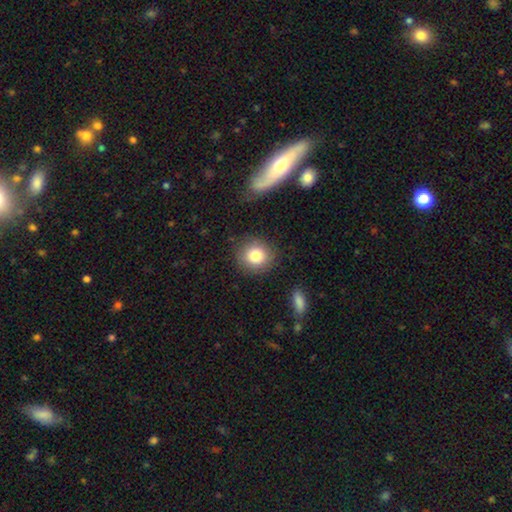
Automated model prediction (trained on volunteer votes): smooth-or-featured: smooth: 81% | star or artifact: 9% | featured or disk: 9%
  how-rounded: round: 88% | in between: 11% | cigar-shaped: 1%
  merging: none: 85% | minor disturbance: 10% | major disturbance: 3% | merger: 2%